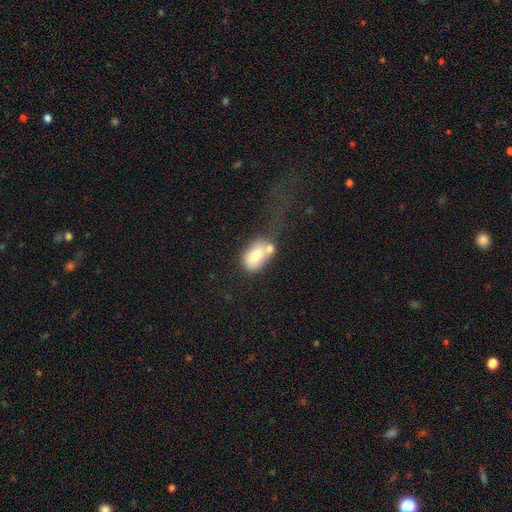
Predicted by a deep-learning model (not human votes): Smooth or featured? Predicted: smooth (p=0.70). How rounded? Predicted: in between (p=0.86). Merging? Predicted: merger (p=0.43).